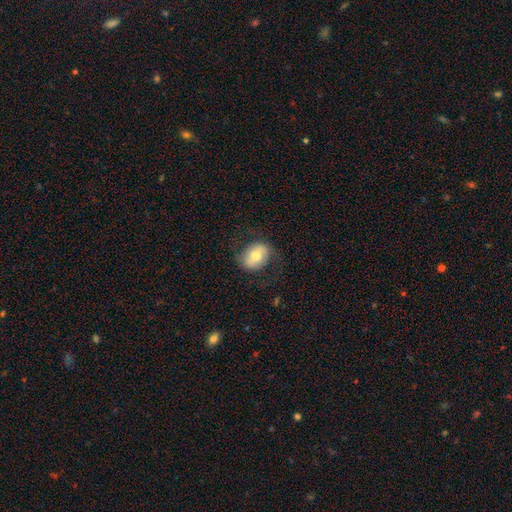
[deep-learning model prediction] A smooth galaxy with no disk features (58%) that is in between round and cigar-shaped (61%). Merging: none (72%).